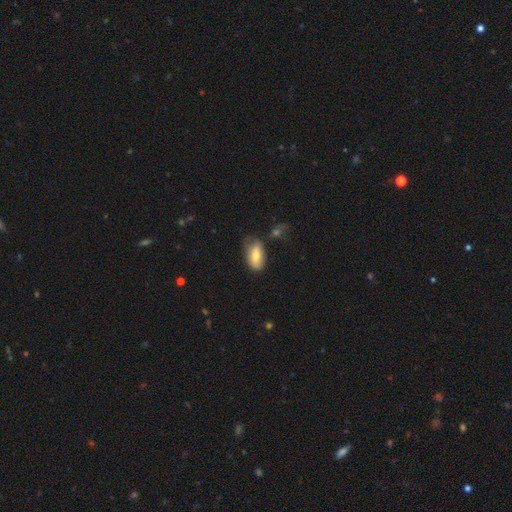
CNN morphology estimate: type=smooth (72%); roundness=in between (92%); merging=none (57%).